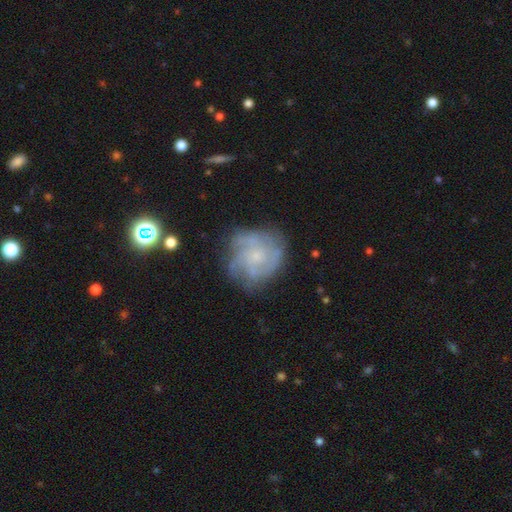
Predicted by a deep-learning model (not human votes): smooth-or-featured: featured or disk: 69% | smooth: 21% | star or artifact: 11%
  disk-edge-on: no: 97% | yes: 3%
    bar: no: 75% | weak: 22% | strong: 3%
    has-spiral-arms: yes: 86% | no: 14%
      spiral-winding: tight: 51% | medium: 36% | loose: 13%
      spiral-arm-count: can't tell: 40% | 4: 21% | 3: 18% | 2: 9% | more than 4: 7% | 1: 5%
    bulge-size: small: 63% | moderate: 21% | none: 14% | large: 2% | dominant: 1%
  merging: none: 68% | minor disturbance: 19% | major disturbance: 10% | merger: 2%